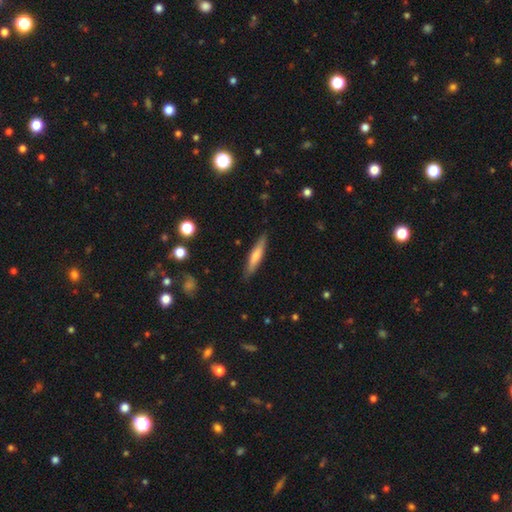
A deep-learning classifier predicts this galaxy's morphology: Smooth or featured? Predicted: smooth (p=0.63). How rounded? Predicted: cigar-shaped (p=0.86). Merging? Predicted: none (p=0.87).